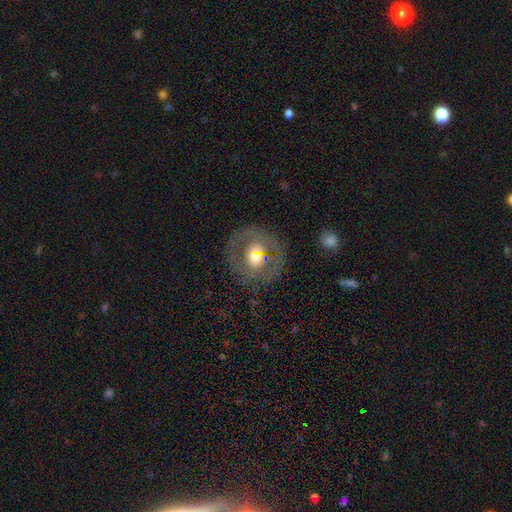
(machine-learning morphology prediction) smooth-or-featured: featured or disk: 47% | smooth: 43% | star or artifact: 10%
  merging: none: 72% | minor disturbance: 14% | major disturbance: 9% | merger: 5%